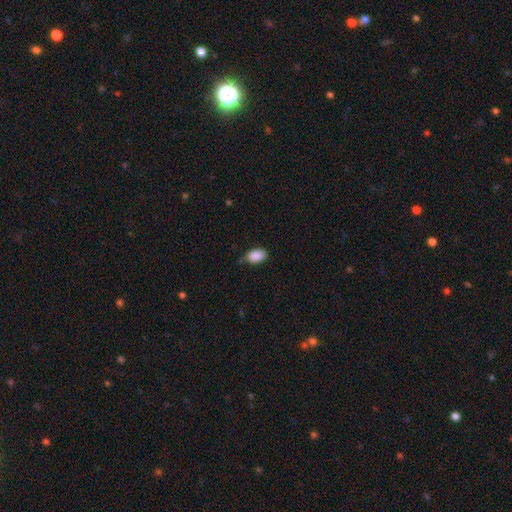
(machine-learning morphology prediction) Smooth or featured? smooth (89%)
How rounded? in between (90%)
Merging? none (71%)